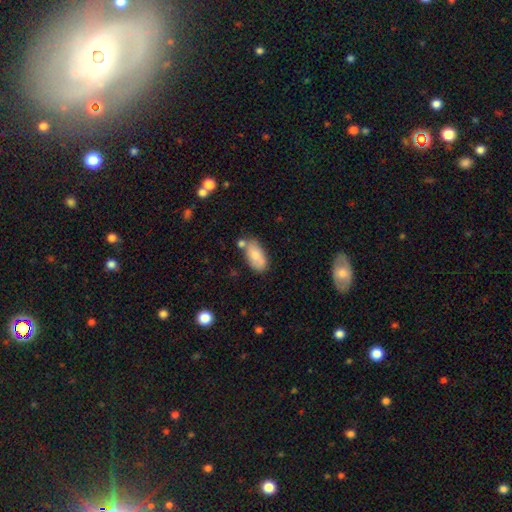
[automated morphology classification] This is likely a smooth galaxy (77%). How rounded: clearly in between (92%). Merging: possibly none (60%).